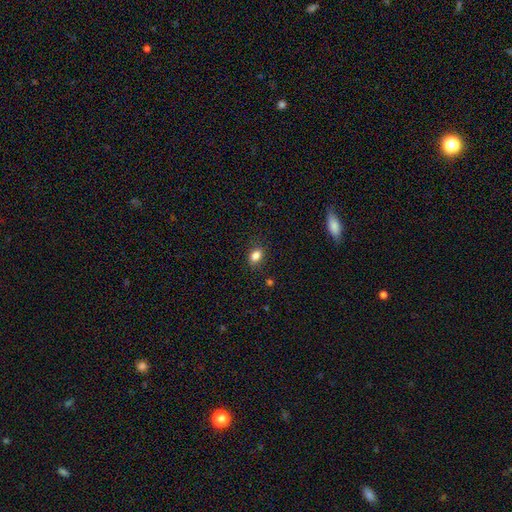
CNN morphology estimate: smooth_or_featured: smooth (p=0.84) [alt: star or artifact p=0.10]
how_rounded: in between (p=0.76) [alt: round p=0.23]
merging: none (p=0.85) [alt: minor disturbance p=0.11]